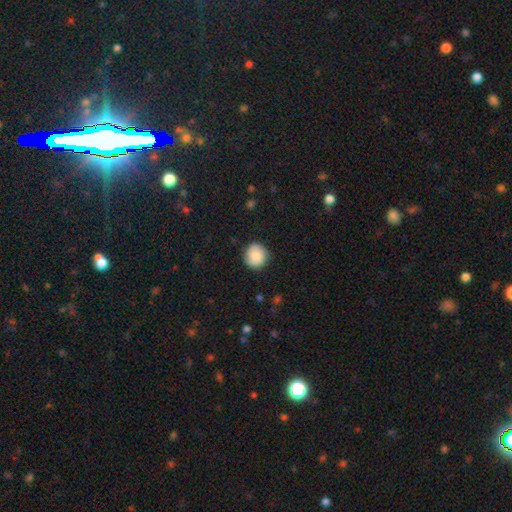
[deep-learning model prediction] smooth 86%, star or artifact 7%, featured or disk 6%. Down the decision tree: how rounded — round (91%); merging — none (87%).